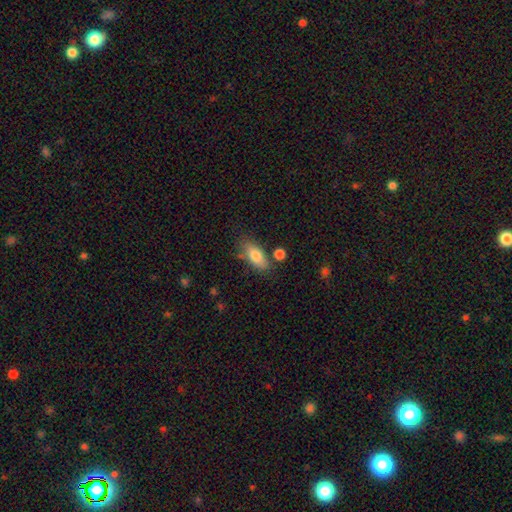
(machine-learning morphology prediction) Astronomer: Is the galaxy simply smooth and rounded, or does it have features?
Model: smooth — 78%.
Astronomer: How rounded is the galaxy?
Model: in between — 82%.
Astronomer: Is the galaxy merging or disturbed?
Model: none — 71%.